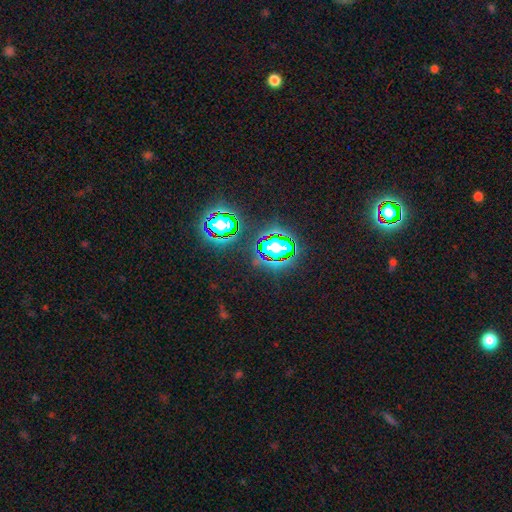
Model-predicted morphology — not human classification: Overall: star or artifact (80%).